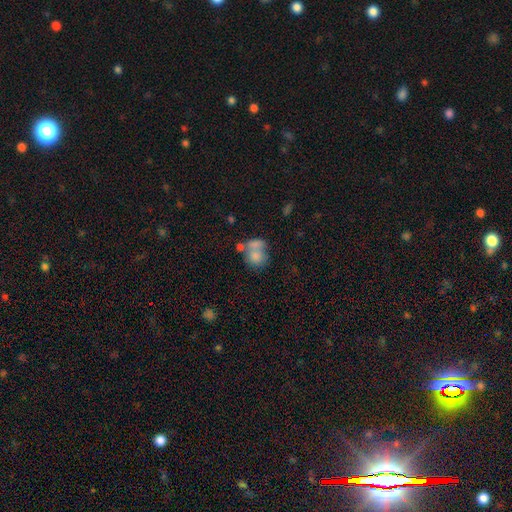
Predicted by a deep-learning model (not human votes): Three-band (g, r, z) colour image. It shows a smooth galaxy with no disk features (72%) that is round (66%). Merging: merger (48%).